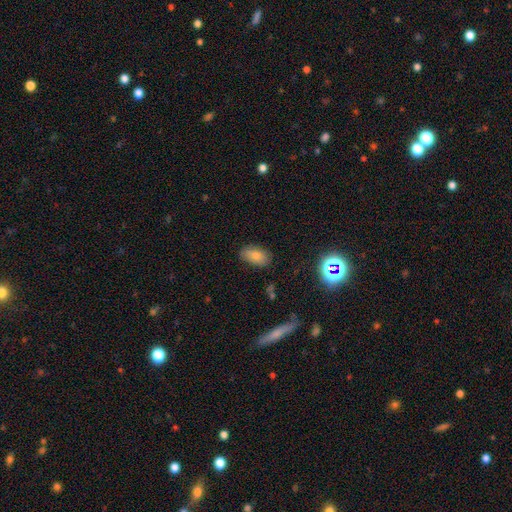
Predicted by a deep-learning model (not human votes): Smooth or featured: smooth — 77% (featured or disk — 12%)
How rounded: in between — 92% (round — 6%)
Merging: none — 82% (minor disturbance — 14%)